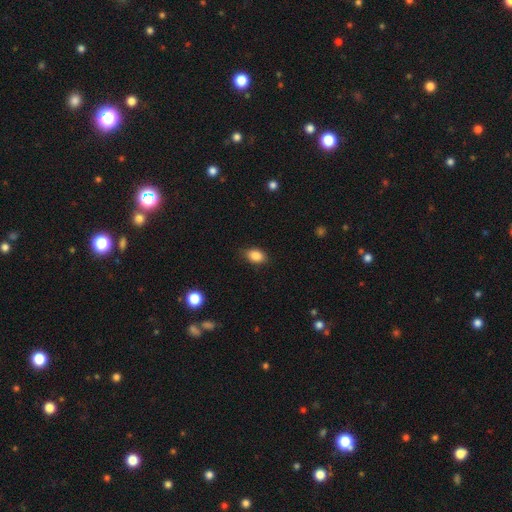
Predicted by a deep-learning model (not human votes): Smooth or featured? smooth (86%)
How rounded? in between (81%)
Merging? none (81%)